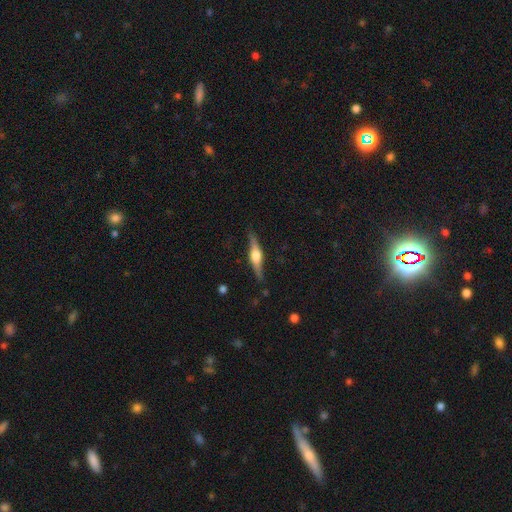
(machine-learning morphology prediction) This appears to be a featured or disk galaxy (76%) viewed edge-on (97%) with a rounded central bulge (93%). Merging: none (85%).